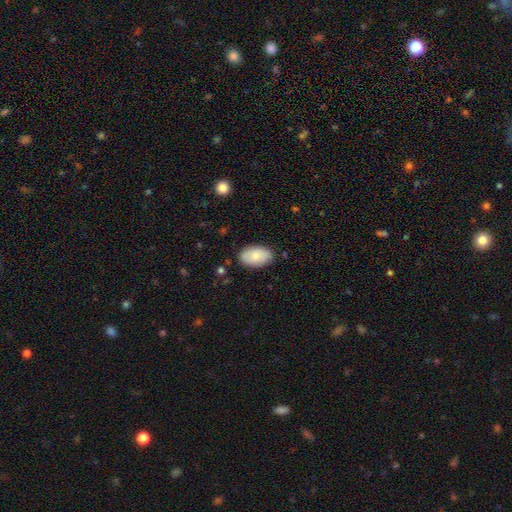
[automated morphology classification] Smooth or featured? smooth (80%)
How rounded? in between (93%)
Merging? none (83%)